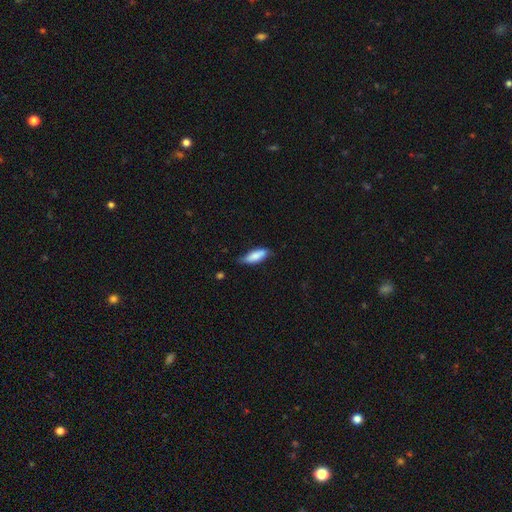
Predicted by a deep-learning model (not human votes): smooth 82%, featured or disk 12%, star or artifact 6%. Down the decision tree: how rounded — in between (58%); merging — none (63%).